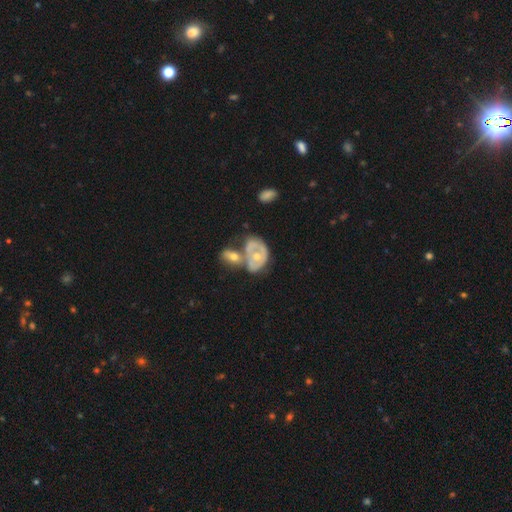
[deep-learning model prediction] Smooth or featured? featured or disk (63%)
Edge-on disk? no (95%)
Bar? no (86%)
Spiral arms? no (61%)
Bulge size? moderate (60%)
Merging? merger (52%)